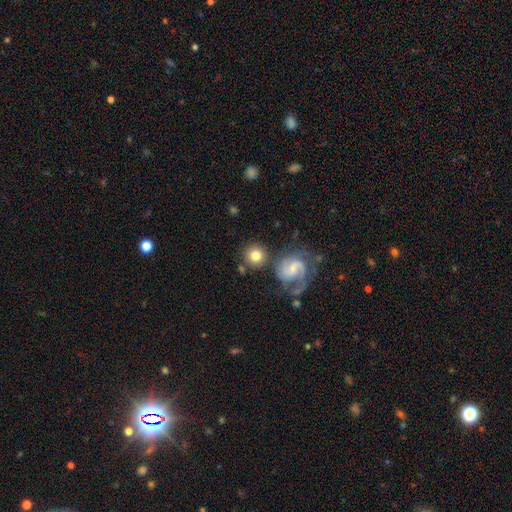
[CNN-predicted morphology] smooth 68%, featured or disk 24%, star or artifact 8%. Down the decision tree: how rounded — round (93%); merging — none (77%).